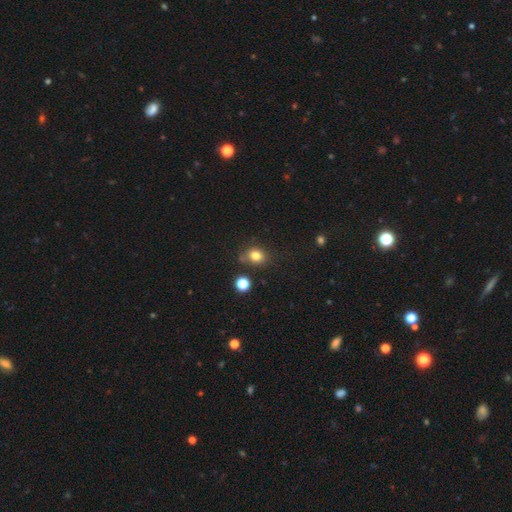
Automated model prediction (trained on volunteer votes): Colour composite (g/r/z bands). It shows a smooth galaxy with no disk features (80%) that is round (58%). Merging: none (70%).